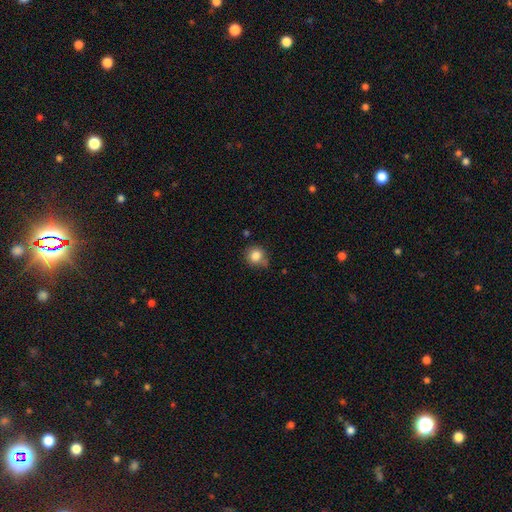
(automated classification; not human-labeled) The model was most divided on "merging": none: 64%, minor disturbance: 25%, major disturbance: 6%, merger: 5%. More confident: smooth or featured — smooth (83%); how rounded — round (82%).